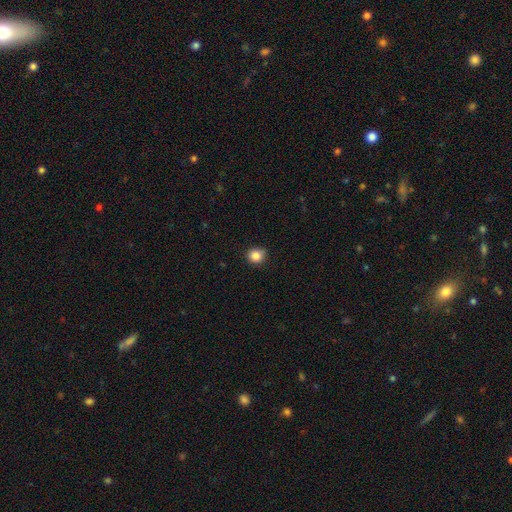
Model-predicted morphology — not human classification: Smooth or featured? smooth (86%)
How rounded? round (84%)
Merging? none (84%)